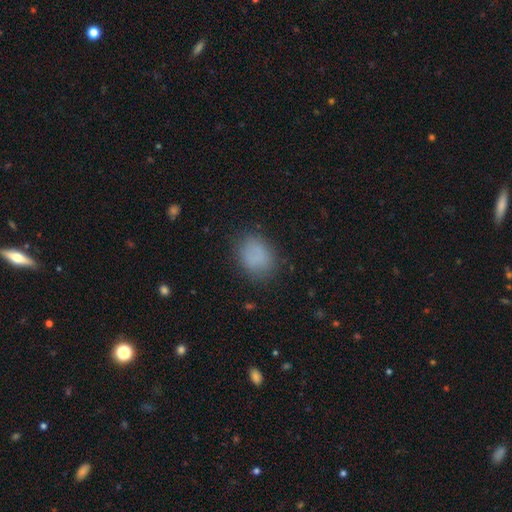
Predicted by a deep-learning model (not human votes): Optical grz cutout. It shows a smooth galaxy with no disk features (81%) that is in between round and cigar-shaped (59%). Merging: none (78%).